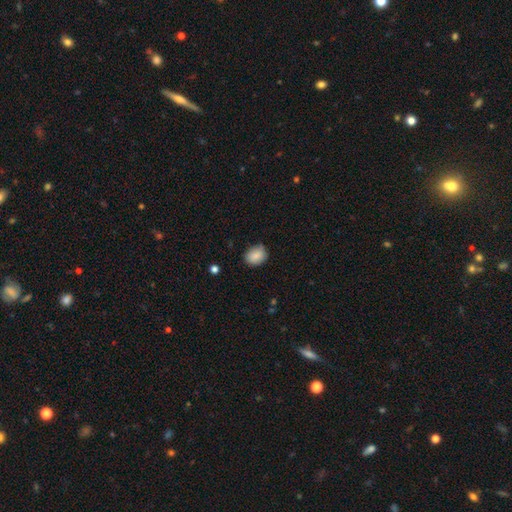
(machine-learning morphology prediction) Smooth or featured? smooth (87%)
How rounded? in between (55%)
Merging? none (74%)